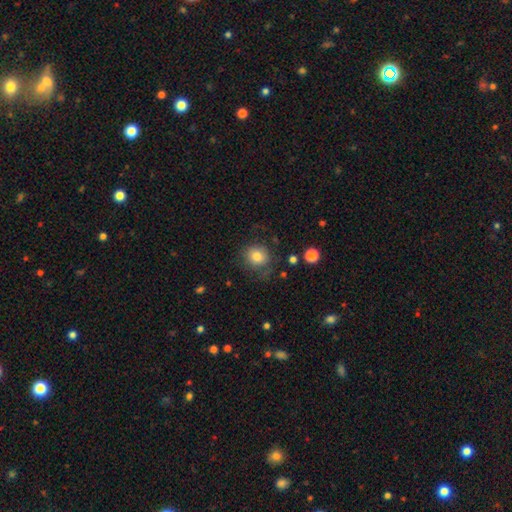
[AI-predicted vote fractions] Smooth or featured?
  - smooth: 79% *
  - star or artifact: 10%
  - featured or disk: 10%
How rounded?
  - round: 84% *
  - in between: 15%
  - cigar-shaped: 1%
Merging?
  - none: 71% *
  - minor disturbance: 17%
  - major disturbance: 9%
  - merger: 2%